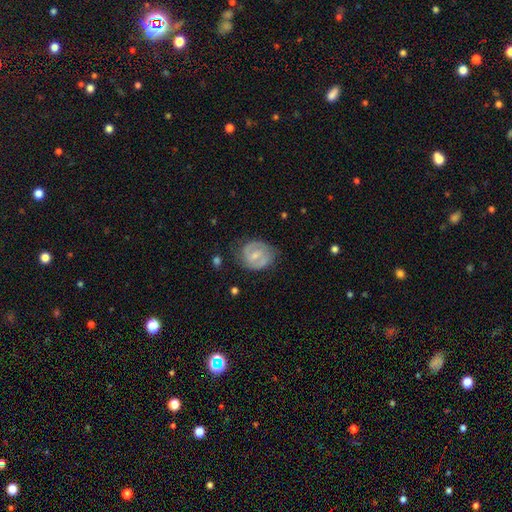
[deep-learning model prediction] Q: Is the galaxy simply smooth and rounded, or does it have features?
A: featured or disk — 69%.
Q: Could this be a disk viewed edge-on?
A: no — 97%.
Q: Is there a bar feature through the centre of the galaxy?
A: weak — 54%.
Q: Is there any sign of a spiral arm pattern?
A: yes — 87%.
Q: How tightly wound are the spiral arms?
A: medium — 45%.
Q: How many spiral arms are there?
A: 2 — 79%.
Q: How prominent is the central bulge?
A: small — 51%.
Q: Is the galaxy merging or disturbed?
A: none — 69%.